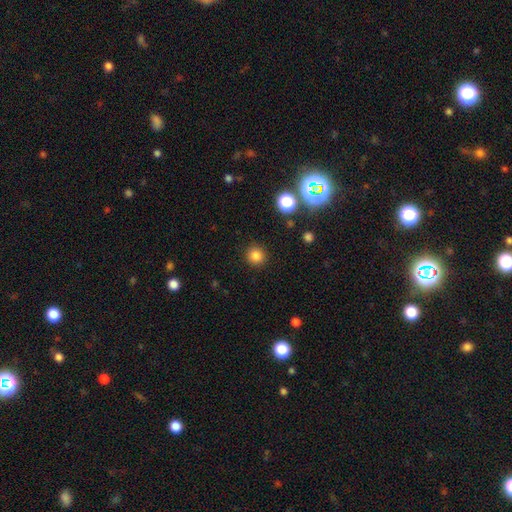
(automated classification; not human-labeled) Q: Smooth or featured?
A: smooth (82%); runner-up: star or artifact (14%)
Q: How rounded?
A: round (93%); runner-up: in between (7%)
Q: Merging?
A: none (91%); runner-up: minor disturbance (6%)